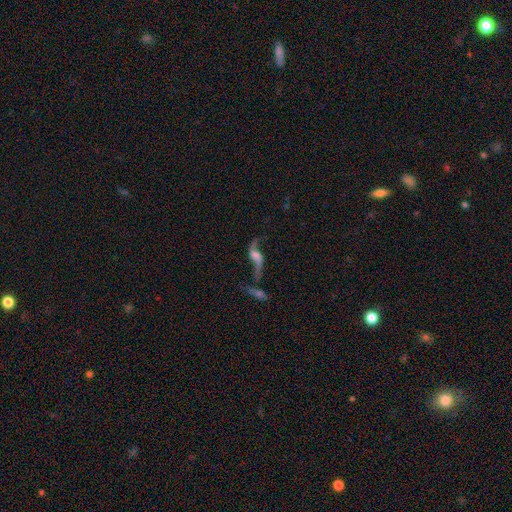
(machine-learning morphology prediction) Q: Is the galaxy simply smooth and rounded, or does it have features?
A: featured or disk — 82%.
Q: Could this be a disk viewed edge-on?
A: no — 91%.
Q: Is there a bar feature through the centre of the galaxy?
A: no — 49%.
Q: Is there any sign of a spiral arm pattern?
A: yes — 92%.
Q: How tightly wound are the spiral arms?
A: loose — 93%.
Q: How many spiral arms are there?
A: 2 — 90%.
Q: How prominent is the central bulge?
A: none — 34%.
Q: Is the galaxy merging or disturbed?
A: none — 45%.